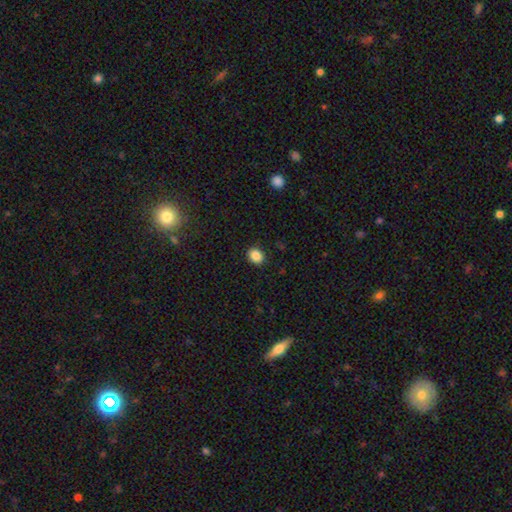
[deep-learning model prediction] This appears to be a smooth galaxy with no disk features (86%) that is round (57%). Merging: none (90%).